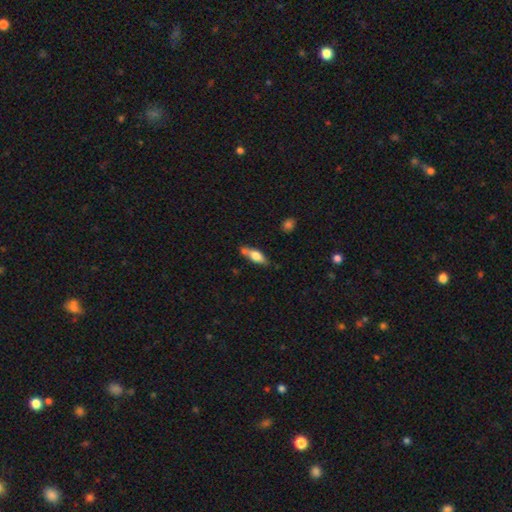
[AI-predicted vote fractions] Smooth or featured?
  - smooth: 65% *
  - featured or disk: 28%
  - star or artifact: 7%
How rounded?
  - in between: 61% *
  - cigar-shaped: 36%
  - round: 3%
Merging?
  - none: 59% *
  - minor disturbance: 20%
  - merger: 17%
  - major disturbance: 5%